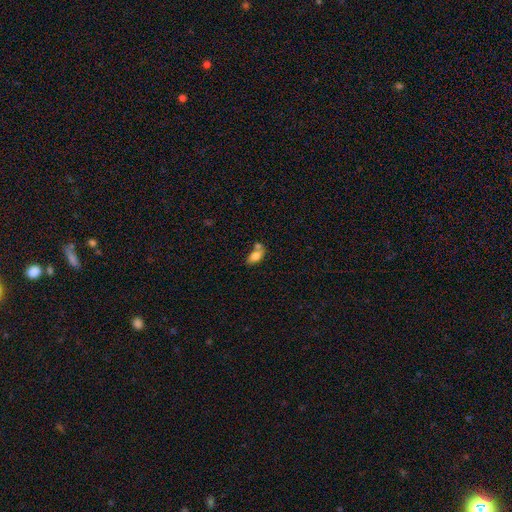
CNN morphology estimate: This appears to be a smooth galaxy with no disk features (77%) that is in between round and cigar-shaped (88%). Merging: none (45%).